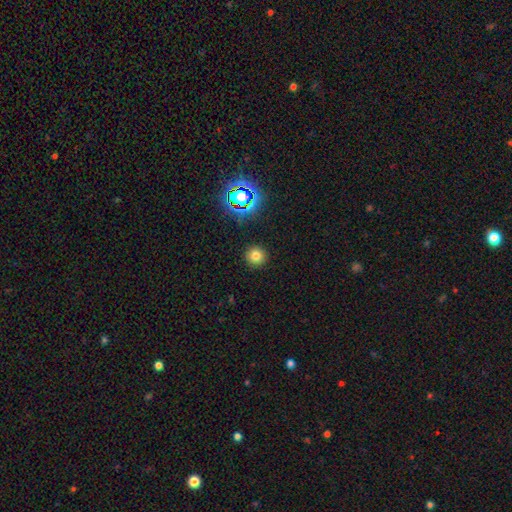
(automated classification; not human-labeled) A smooth galaxy with no disk features (74%) that is round (93%). Merging: none (91%).